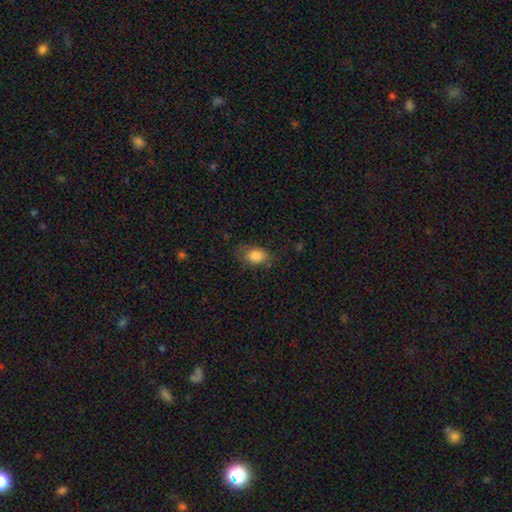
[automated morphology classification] smooth 84%, star or artifact 9%, featured or disk 7%. Down the decision tree: how rounded — in between (77%); merging — none (70%).